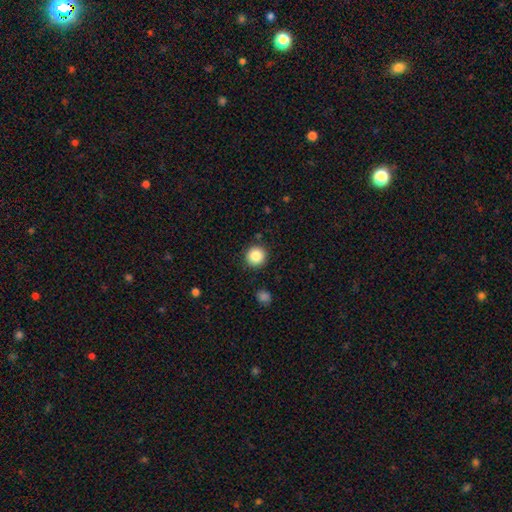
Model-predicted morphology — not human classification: A smooth galaxy with no disk features (86%) that is round (95%). Merging: none (90%).